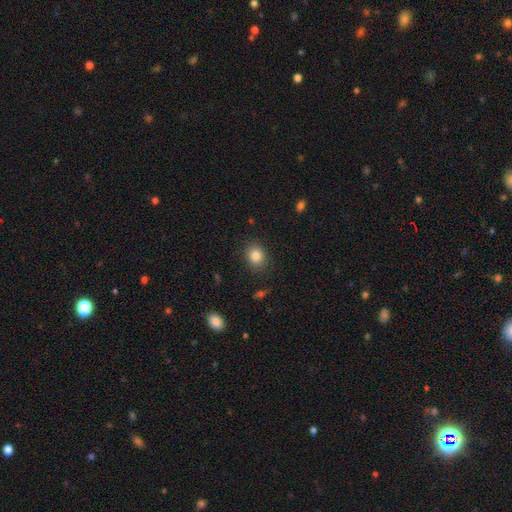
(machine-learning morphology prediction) This is clearly a smooth galaxy (83%). How rounded: likely round (61%). Merging: clearly none (87%).